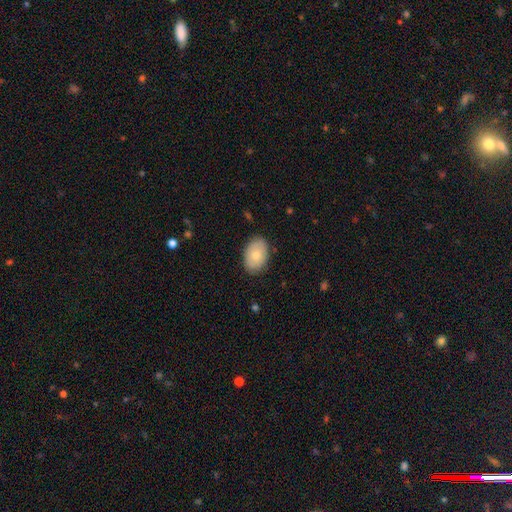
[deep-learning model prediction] Morphology: type=smooth (77%); roundness=in between (86%); merging=none (84%).